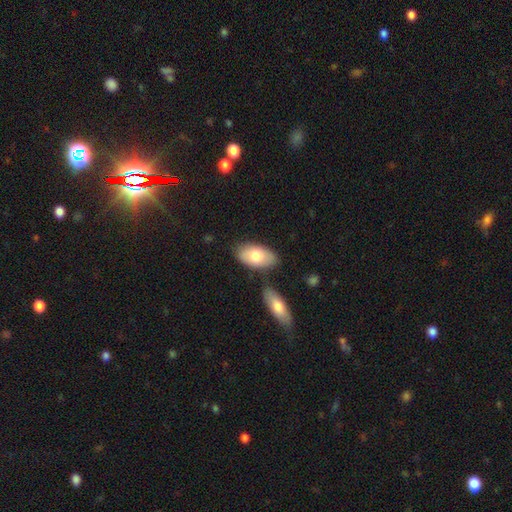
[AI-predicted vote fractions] Q: Smooth or featured?
A: smooth (75%); runner-up: featured or disk (19%)
Q: How rounded?
A: in between (94%); runner-up: round (4%)
Q: Merging?
A: none (72%); runner-up: minor disturbance (14%)